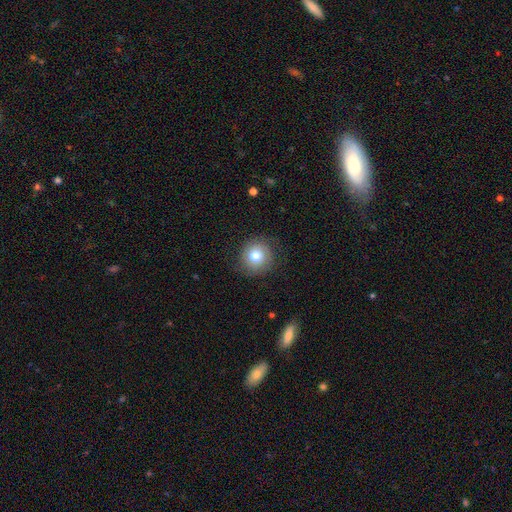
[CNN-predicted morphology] type=smooth (65%); roundness=round (92%); merging=none (81%).